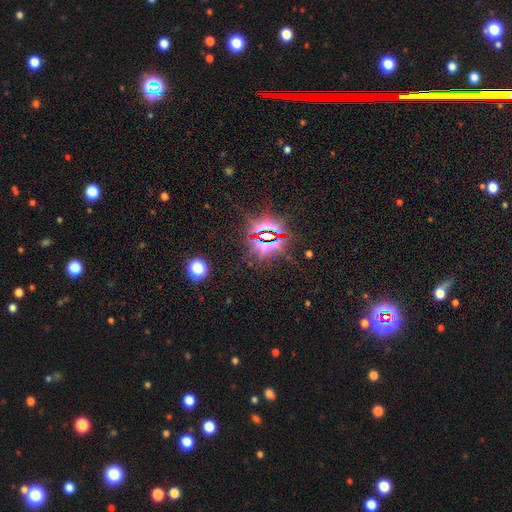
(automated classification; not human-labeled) Smooth or featured? star or artifact (81%)